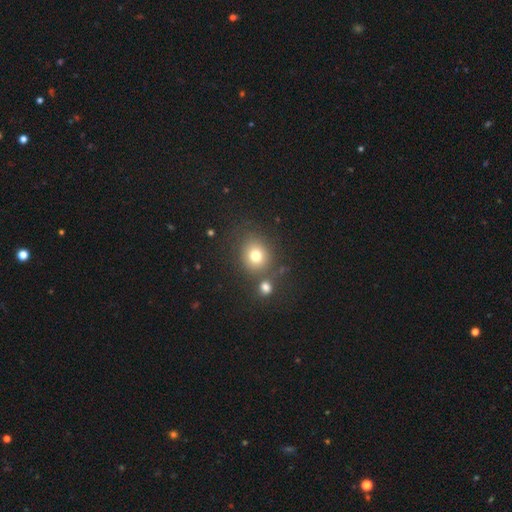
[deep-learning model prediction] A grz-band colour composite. It shows a smooth galaxy with no disk features (76%) that is round (80%). Merging: none (70%).